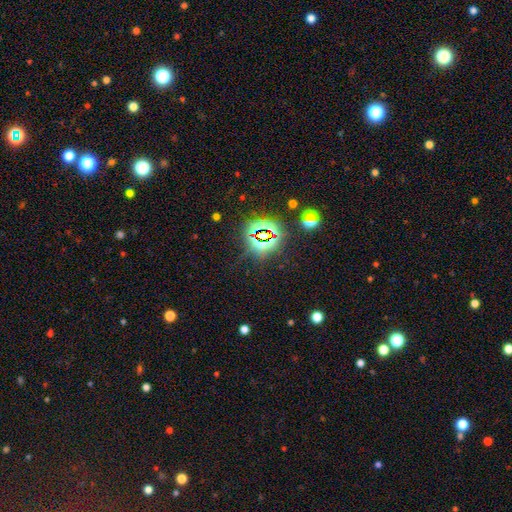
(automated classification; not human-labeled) Smooth or featured: star or artifact — 82% (smooth — 11%)